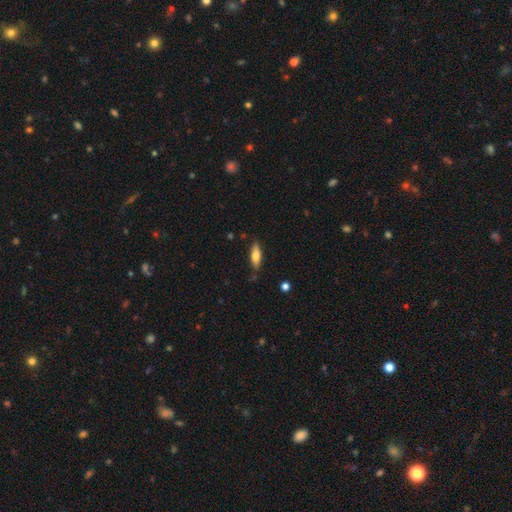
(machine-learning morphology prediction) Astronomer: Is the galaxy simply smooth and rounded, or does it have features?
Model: smooth — 68%.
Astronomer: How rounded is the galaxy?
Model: in between — 53% (runner-up: cigar-shaped, 44%).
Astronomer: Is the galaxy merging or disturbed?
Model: none — 81%.